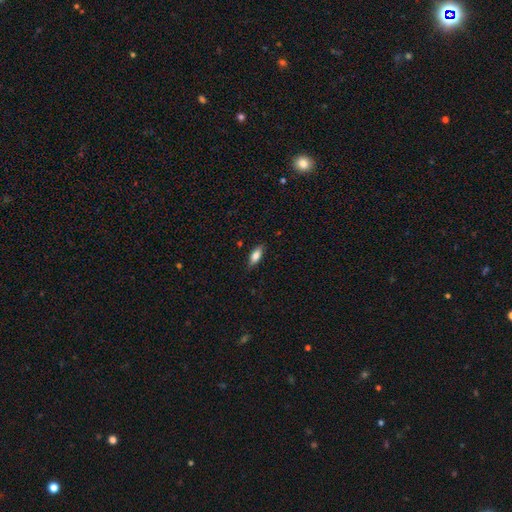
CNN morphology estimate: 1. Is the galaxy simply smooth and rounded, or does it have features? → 79% smooth, 14% featured or disk, 7% star or artifact.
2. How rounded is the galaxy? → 75% in between, 23% cigar-shaped, 2% round.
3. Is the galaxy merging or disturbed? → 83% none, 14% minor disturbance, 3% major disturbance, 1% merger.